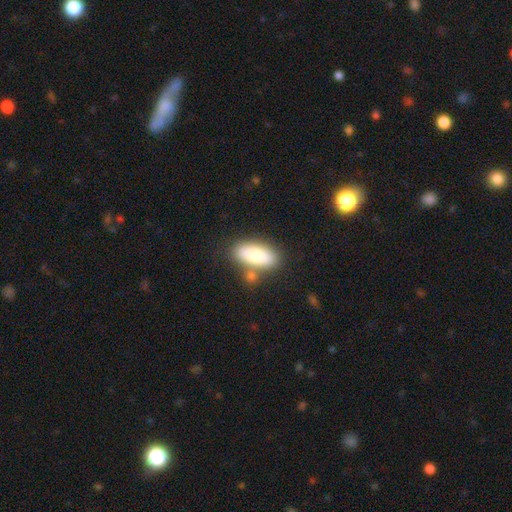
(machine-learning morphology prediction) This appears to be a smooth galaxy with no disk features (79%) that is in between round and cigar-shaped (85%). Merging: none (69%).